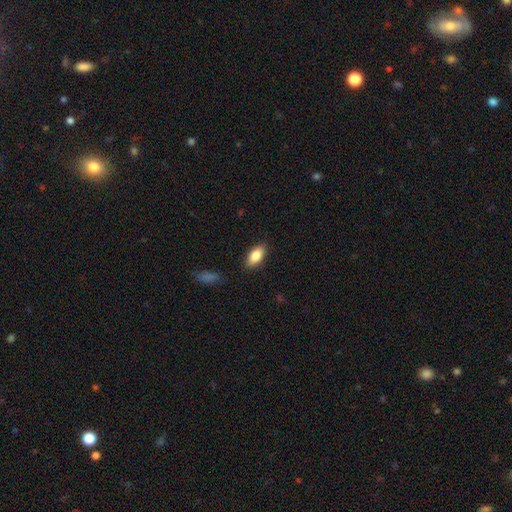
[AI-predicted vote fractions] smooth 84%, featured or disk 9%, star or artifact 7%. Down the decision tree: how rounded — in between (90%); merging — none (86%).